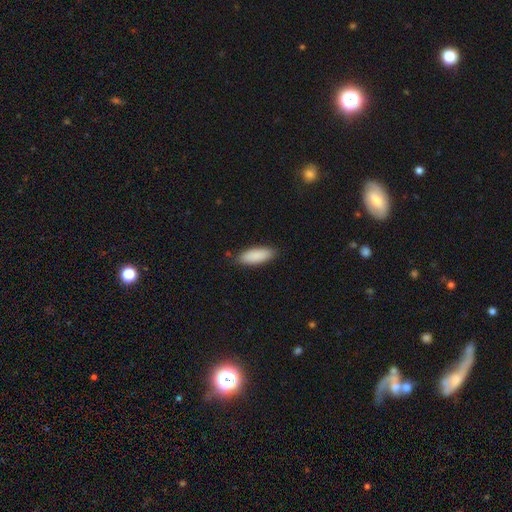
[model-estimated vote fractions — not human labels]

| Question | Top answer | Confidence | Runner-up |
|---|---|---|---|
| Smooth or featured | smooth | 89% | star or artifact (6%) |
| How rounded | in between | 67% | cigar-shaped (31%) |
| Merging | none | 85% | minor disturbance (12%) |